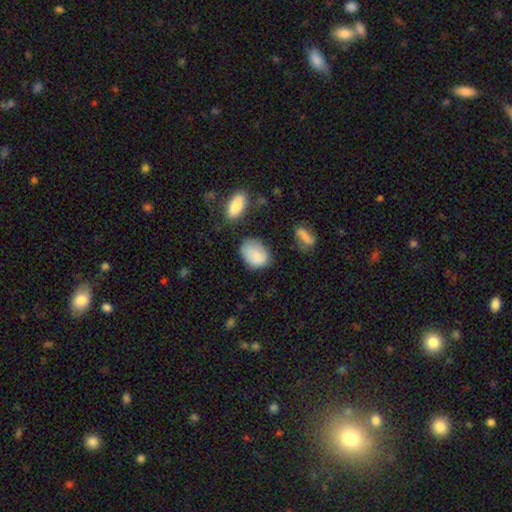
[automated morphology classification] Smooth or featured? Predicted: smooth (p=0.84). How rounded? Predicted: in between (p=0.81). Merging? Predicted: none (p=0.56).